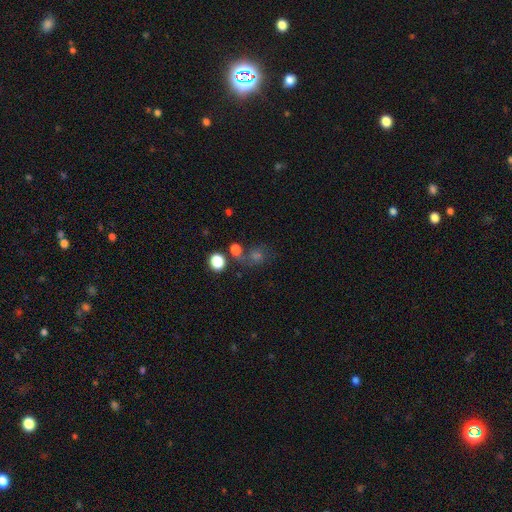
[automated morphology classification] Q: Smooth or featured?
A: smooth (41%); runner-up: star or artifact (38%)
Q: Merging?
A: none (63%); runner-up: minor disturbance (14%)